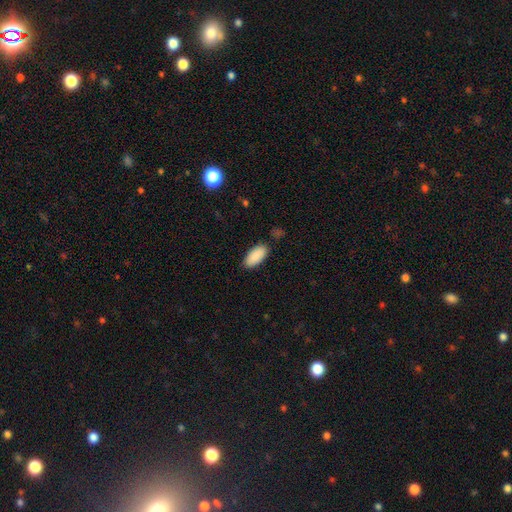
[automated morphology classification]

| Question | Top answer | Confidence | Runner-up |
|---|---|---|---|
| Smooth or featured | smooth | 90% | star or artifact (6%) |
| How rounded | in between | 90% | cigar-shaped (8%) |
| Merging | none | 85% | minor disturbance (11%) |